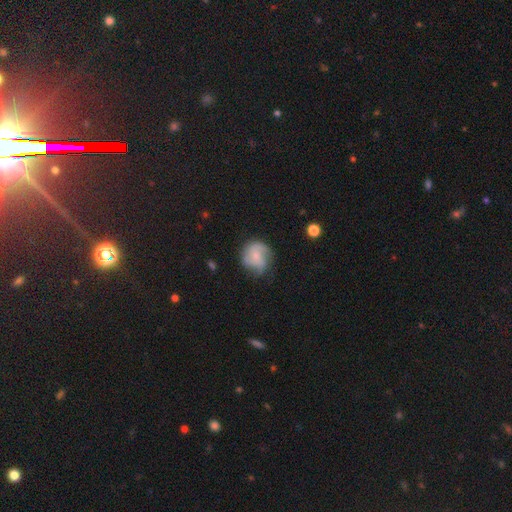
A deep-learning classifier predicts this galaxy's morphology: A featured or disk galaxy (50%).

Vote fractions:
- Smooth or featured? featured or disk: 50% / smooth: 43% / star or artifact: 7%
- Merging? none: 60% / minor disturbance: 26% / major disturbance: 12% / merger: 2%